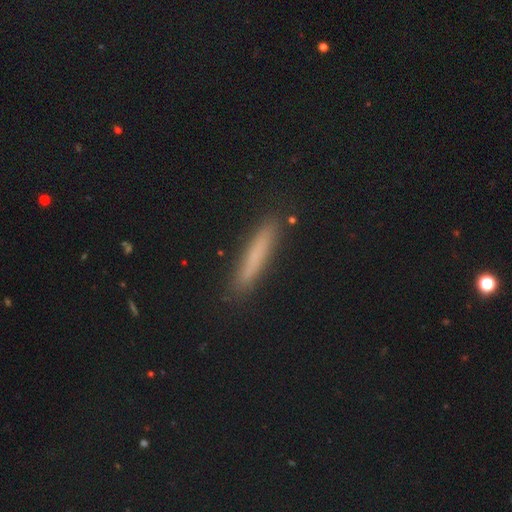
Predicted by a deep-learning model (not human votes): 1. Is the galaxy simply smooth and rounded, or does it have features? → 68% smooth, 22% featured or disk, 10% star or artifact.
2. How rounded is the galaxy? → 93% cigar-shaped, 5% in between, 1% round.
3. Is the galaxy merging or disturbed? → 88% none, 8% minor disturbance, 2% major disturbance, 1% merger.